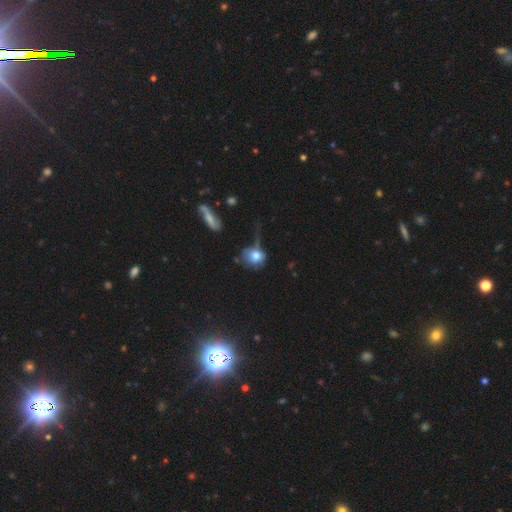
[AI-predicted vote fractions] smooth-or-featured: smooth: 72% | featured or disk: 17% | star or artifact: 11%
  how-rounded: round: 67% | in between: 31% | cigar-shaped: 2%
  merging: none: 34% | major disturbance: 31% | minor disturbance: 24% | merger: 12%